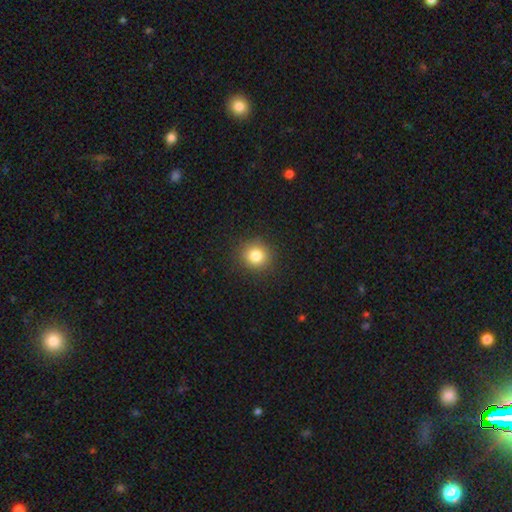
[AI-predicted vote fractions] smooth 82%, star or artifact 12%, featured or disk 6%. Down the decision tree: how rounded — round (89%); merging — none (91%).